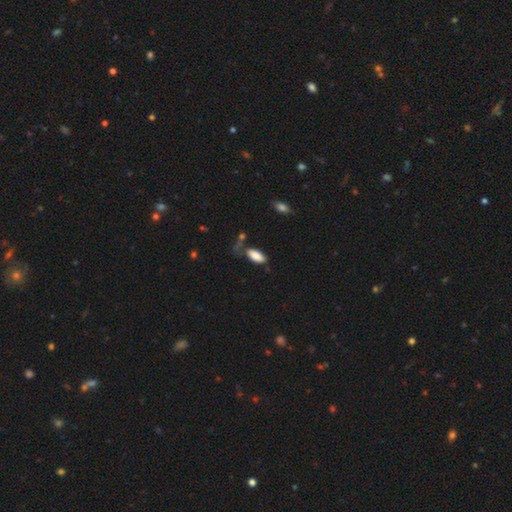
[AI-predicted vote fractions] smooth-or-featured: smooth: 86% | star or artifact: 7% | featured or disk: 7%
  how-rounded: in between: 90% | cigar-shaped: 8% | round: 2%
  merging: none: 56% | minor disturbance: 23% | major disturbance: 11% | merger: 10%